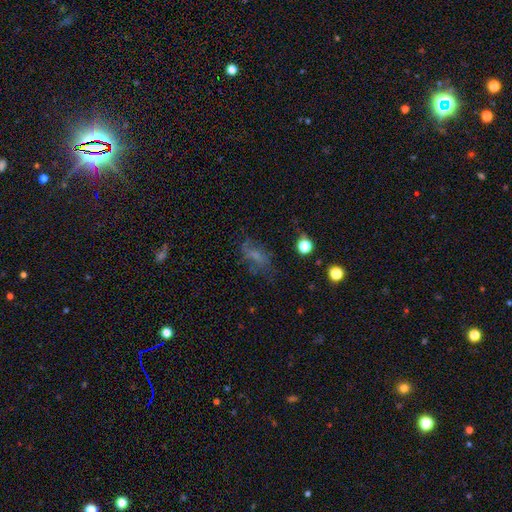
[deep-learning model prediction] smooth 48%, featured or disk 32%, star or artifact 20%. Down the decision tree: merging — none (47%).